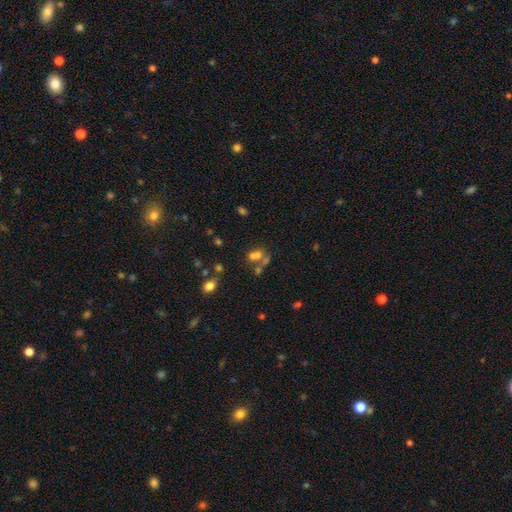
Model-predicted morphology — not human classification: Smooth or featured? smooth (57%)
How rounded? in between (61%)
Merging? merger (50%)